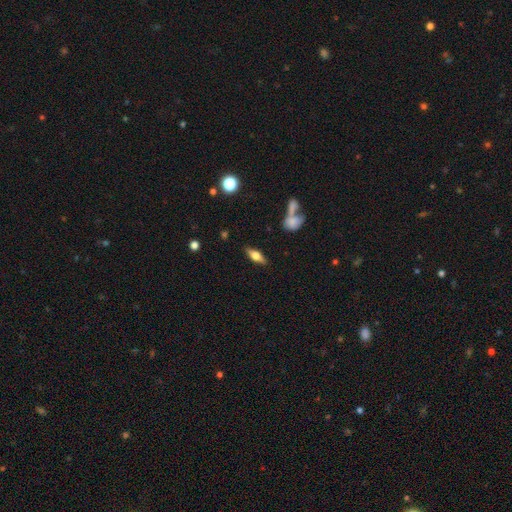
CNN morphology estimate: Smooth or featured?
  - smooth: 47% *
  - featured or disk: 46%
  - star or artifact: 7%
Merging?
  - none: 85% *
  - minor disturbance: 10%
  - major disturbance: 3%
  - merger: 2%